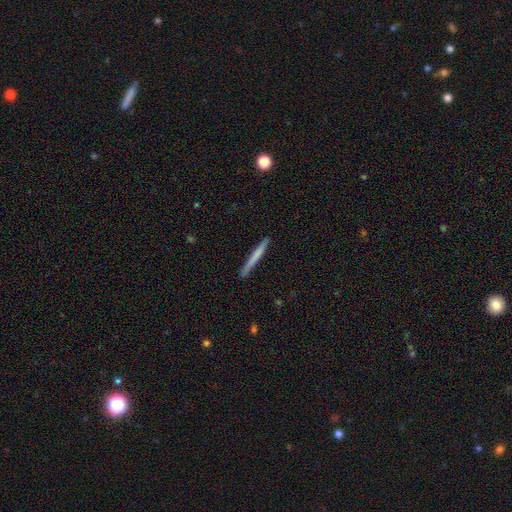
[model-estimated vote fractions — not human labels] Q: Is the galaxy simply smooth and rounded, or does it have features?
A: smooth — 63%.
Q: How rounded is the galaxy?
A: cigar-shaped — 97%.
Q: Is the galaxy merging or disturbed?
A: none — 90%.